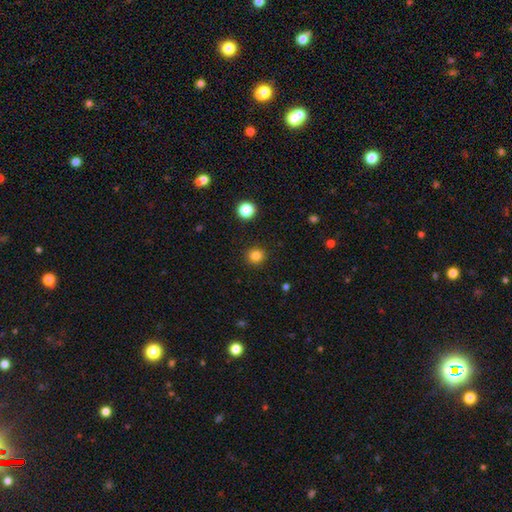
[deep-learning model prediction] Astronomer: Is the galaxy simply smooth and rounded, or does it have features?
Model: smooth — 83%.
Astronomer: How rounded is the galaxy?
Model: round — 93%.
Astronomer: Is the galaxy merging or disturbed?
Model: none — 92%.